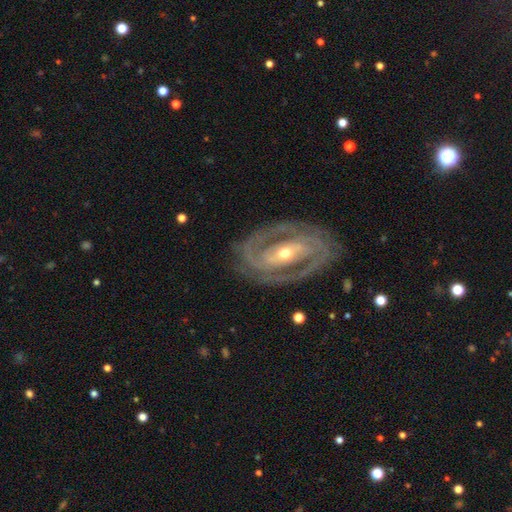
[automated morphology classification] featured or disk 90%, star or artifact 5%, smooth 5%. Down the decision tree: edge-on disk — no (95%); bar — strong (48%); spiral arms — yes (95%); spiral arm count — 2 (80%); spiral winding — tight (64%); bulge size — small (49%); merging — none (81%).